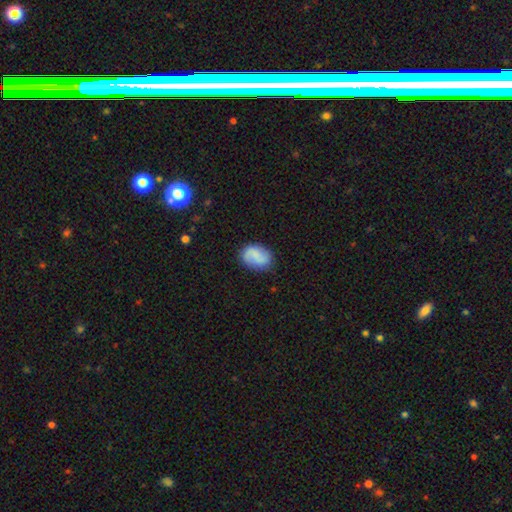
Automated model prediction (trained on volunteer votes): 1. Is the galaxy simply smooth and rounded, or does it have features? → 58% smooth, 34% featured or disk, 8% star or artifact.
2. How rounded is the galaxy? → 76% in between, 23% round, 2% cigar-shaped.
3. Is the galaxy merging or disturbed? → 80% none, 15% minor disturbance, 4% major disturbance, 1% merger.